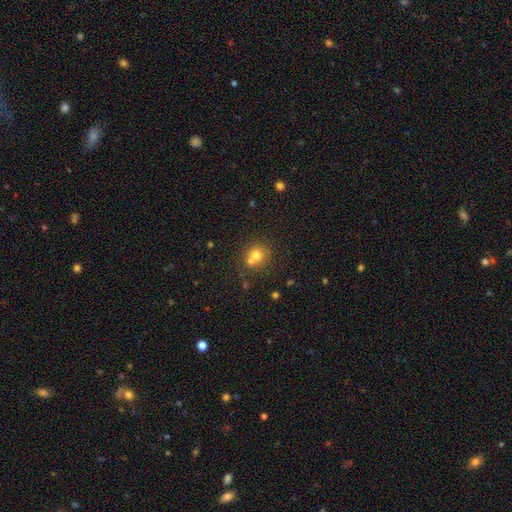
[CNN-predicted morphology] Q: Smooth or featured?
A: smooth (71%); runner-up: featured or disk (15%)
Q: How rounded?
A: round (83%); runner-up: in between (16%)
Q: Merging?
A: none (51%); runner-up: merger (35%)